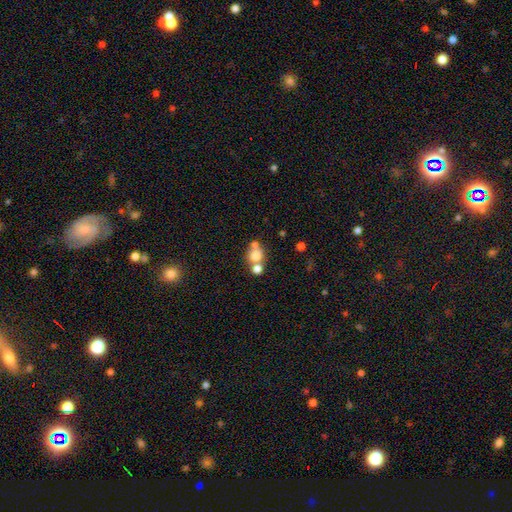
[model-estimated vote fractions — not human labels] smooth-or-featured: smooth: 72% | featured or disk: 15% | star or artifact: 13%
  how-rounded: round: 73% | in between: 26% | cigar-shaped: 1%
  merging: merger: 45% | none: 42% | minor disturbance: 8% | major disturbance: 5%